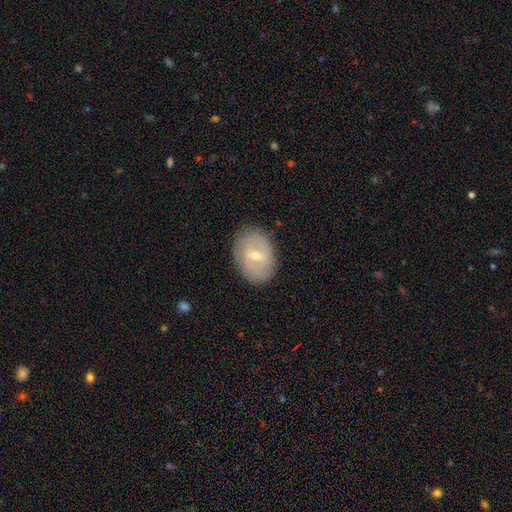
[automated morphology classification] The model was most divided on "spiral arms": yes: 52%, no: 48%. More confident: edge-on disk — no (94%); merging — none (83%); smooth or featured — featured or disk (60%); bar — weak (57%); bulge size — small (54%).